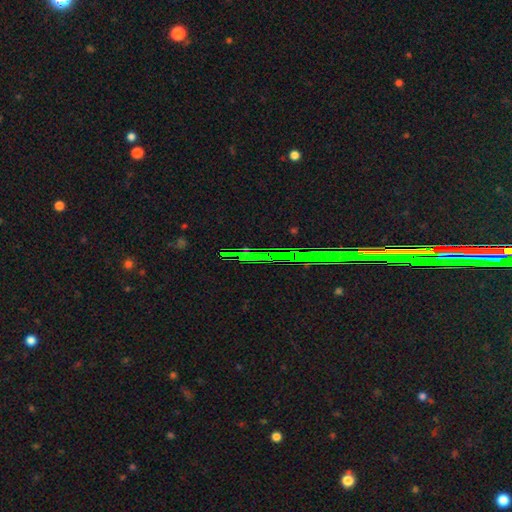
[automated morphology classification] A star or artifact, not a galaxy (77%).